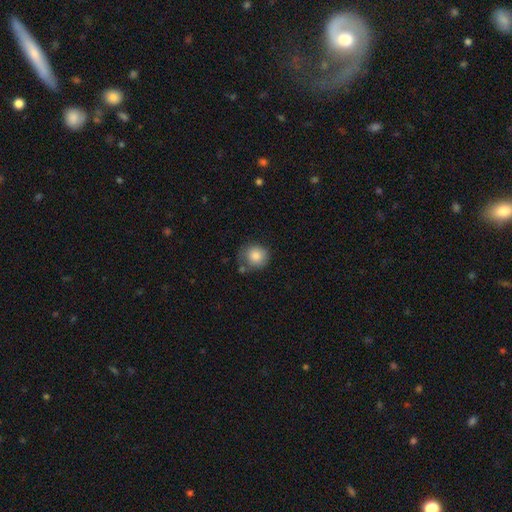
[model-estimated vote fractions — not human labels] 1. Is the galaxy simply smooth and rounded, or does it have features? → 84% smooth, 8% featured or disk, 8% star or artifact.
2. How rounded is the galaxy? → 86% round, 13% in between, 1% cigar-shaped.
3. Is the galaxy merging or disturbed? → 61% none, 24% minor disturbance, 8% merger, 7% major disturbance.